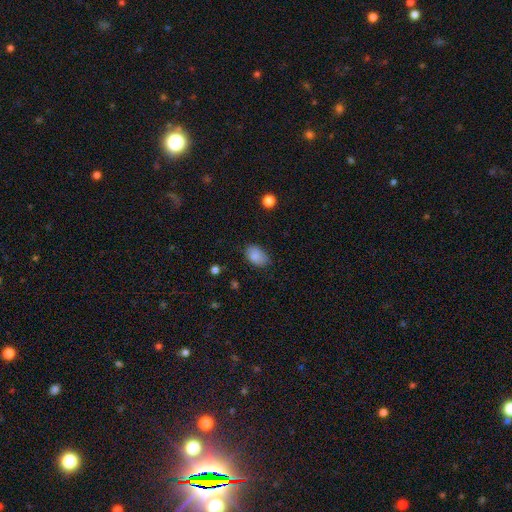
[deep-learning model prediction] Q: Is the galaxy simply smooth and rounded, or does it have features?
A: smooth — 86%.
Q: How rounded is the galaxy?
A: in between — 87%.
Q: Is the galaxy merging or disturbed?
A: none — 76%.